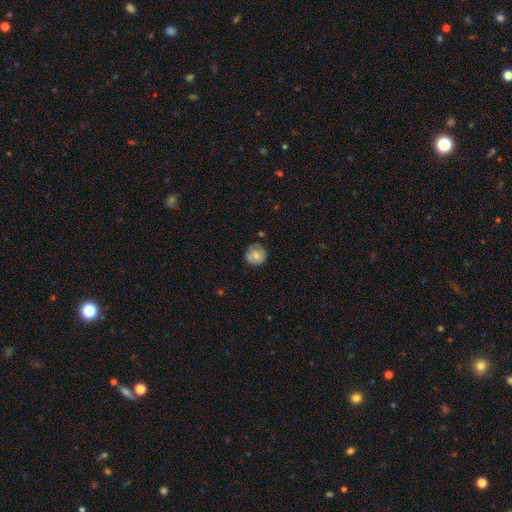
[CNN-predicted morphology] This is likely a smooth galaxy (62%). How rounded: clearly round (87%). Merging: likely none (68%).